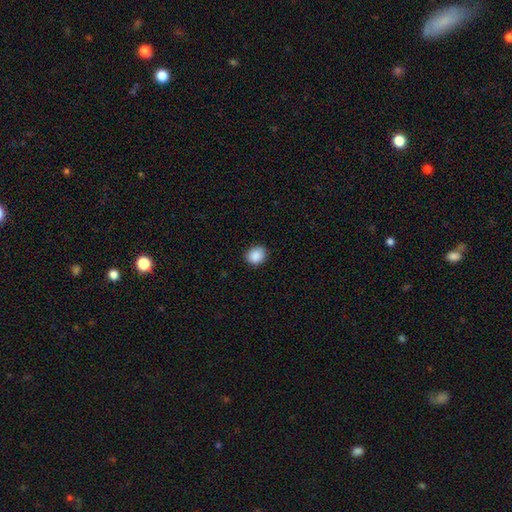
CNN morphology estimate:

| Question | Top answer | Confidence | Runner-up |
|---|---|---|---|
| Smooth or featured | smooth | 89% | star or artifact (8%) |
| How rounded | round | 62% | in between (37%) |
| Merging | none | 86% | minor disturbance (11%) |